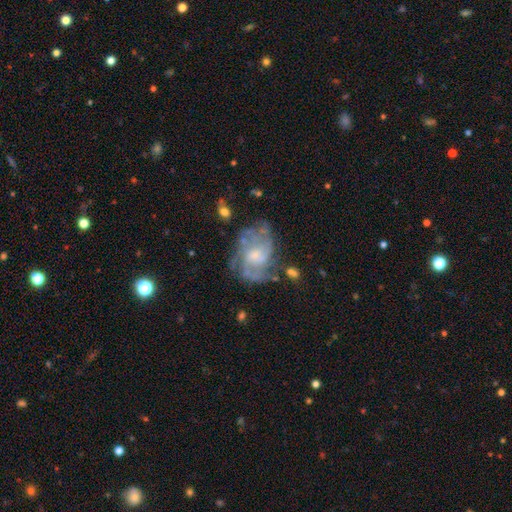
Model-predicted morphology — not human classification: The model was most divided on "spiral winding": medium: 42%, tight: 39%, loose: 19%. Remaining: edge-on disk — no (97%); spiral arms — yes (84%); smooth or featured — featured or disk (77%); bar — no (65%); merging — none (56%); bulge size — small (49%); spiral arm count — can't tell (39%).